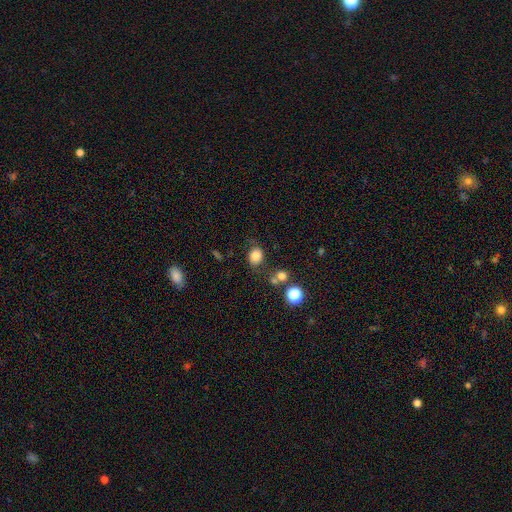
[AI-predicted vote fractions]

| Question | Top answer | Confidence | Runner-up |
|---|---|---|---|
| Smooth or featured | smooth | 79% | star or artifact (13%) |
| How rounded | round | 62% | in between (37%) |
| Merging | none | 68% | minor disturbance (17%) |